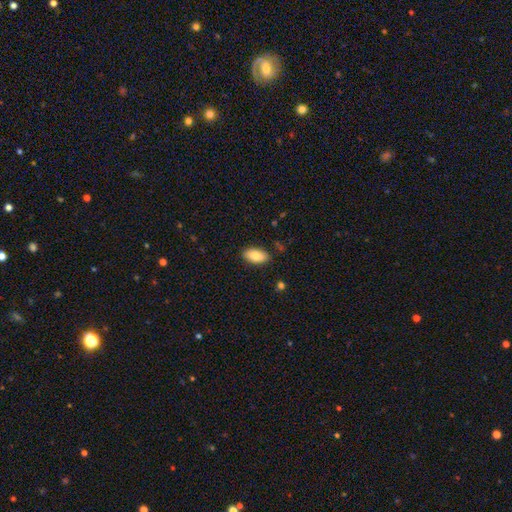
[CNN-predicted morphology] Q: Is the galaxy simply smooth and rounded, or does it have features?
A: smooth — 83%.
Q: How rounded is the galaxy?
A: in between — 93%.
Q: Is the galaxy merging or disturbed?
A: none — 86%.